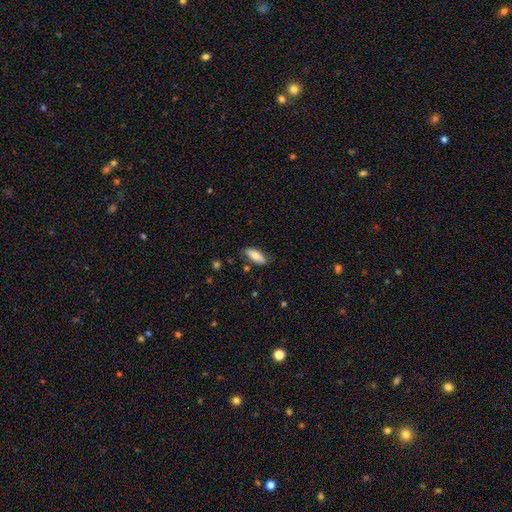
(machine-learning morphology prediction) The model was most divided on "how rounded": in between: 74%, cigar-shaped: 24%, round: 2%. More confident: merging — none (82%); smooth or featured — smooth (79%).